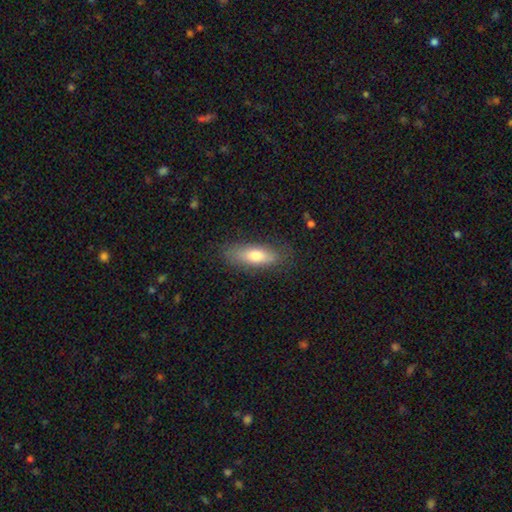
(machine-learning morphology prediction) Smooth or featured? Predicted: smooth (p=0.72). How rounded? Predicted: in between (p=0.57). Merging? Predicted: none (p=0.80).